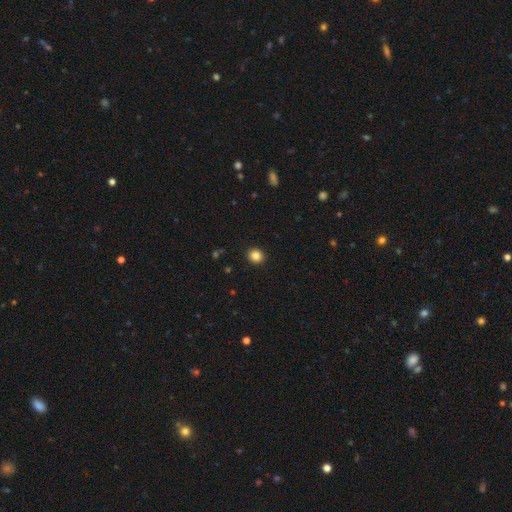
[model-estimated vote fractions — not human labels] smooth_or_featured: smooth (p=0.85) [alt: star or artifact p=0.11]
how_rounded: round (p=0.86) [alt: in between p=0.13]
merging: none (p=0.93) [alt: minor disturbance p=0.05]